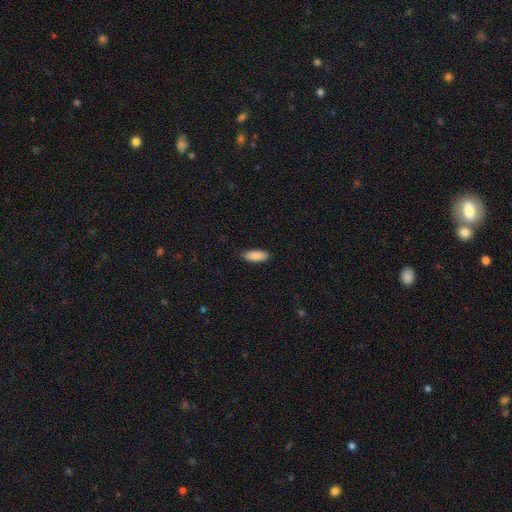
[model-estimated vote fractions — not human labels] A smooth galaxy with no disk features (89%) that is in between round and cigar-shaped (77%). Merging: none (87%).